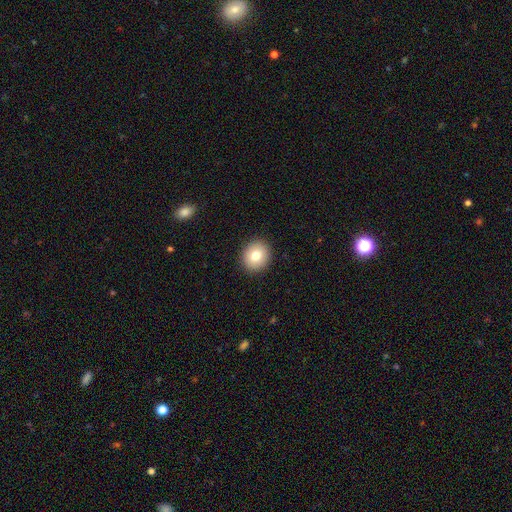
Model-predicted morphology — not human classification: Overall: smooth (77%). How rounded: round (84%). Merging: none (92%).